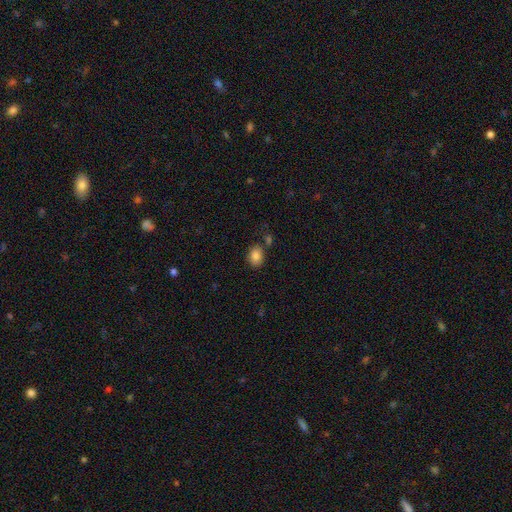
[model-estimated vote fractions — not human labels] smooth 86%, star or artifact 9%, featured or disk 5%. Down the decision tree: how rounded — in between (68%); merging — none (74%).